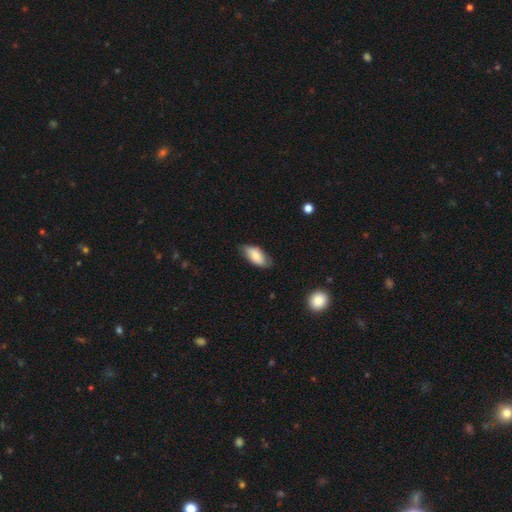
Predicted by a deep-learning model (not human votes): Morphology: type=smooth (74%); roundness=in between (91%); merging=none (69%).